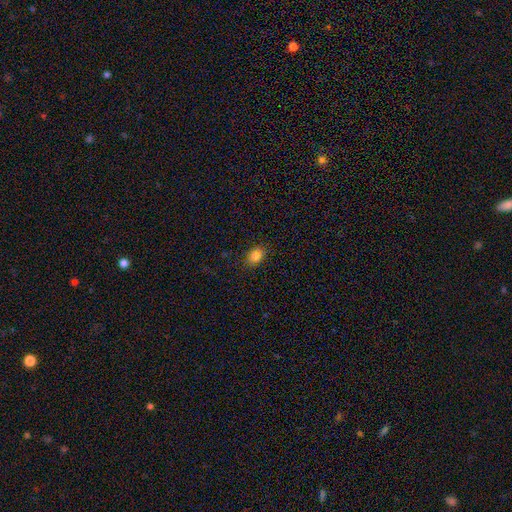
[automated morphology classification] type=smooth (82%); roundness=in between (71%); merging=none (87%).